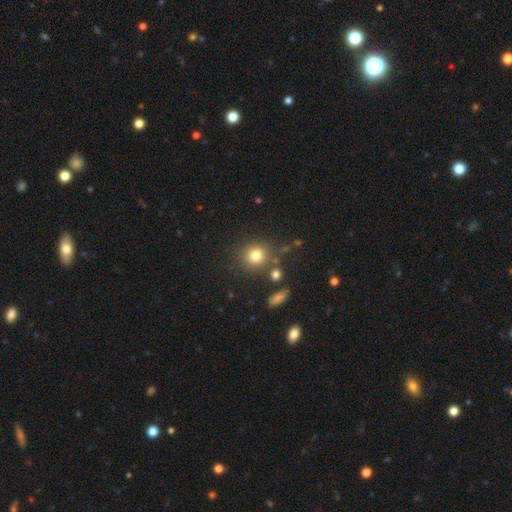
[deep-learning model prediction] A smooth galaxy with no disk features (79%) that is round (86%).

Vote fractions:
- Smooth or featured? smooth: 79% / star or artifact: 13% / featured or disk: 8%
- How rounded? round: 86% / in between: 13% / cigar-shaped: 1%
- Merging? none: 77% / minor disturbance: 10% / merger: 8% / major disturbance: 4%